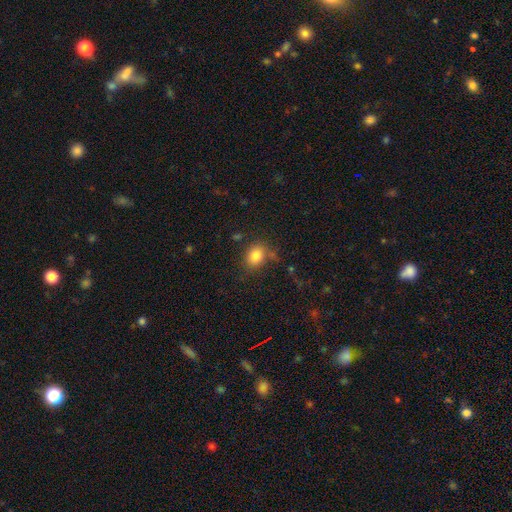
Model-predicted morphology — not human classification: This is clearly a smooth galaxy (82%). How rounded: possibly in between (52%). Merging: likely none (70%).